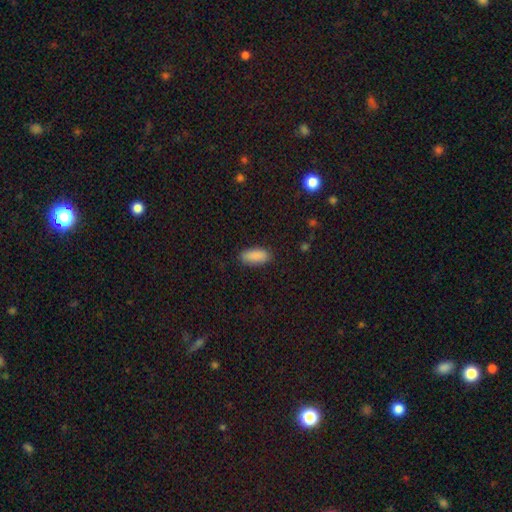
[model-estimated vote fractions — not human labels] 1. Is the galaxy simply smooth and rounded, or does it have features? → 89% smooth, 7% star or artifact, 4% featured or disk.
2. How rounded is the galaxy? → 82% in between, 15% cigar-shaped, 2% round.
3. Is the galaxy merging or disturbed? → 86% none, 10% minor disturbance, 2% major disturbance, 1% merger.